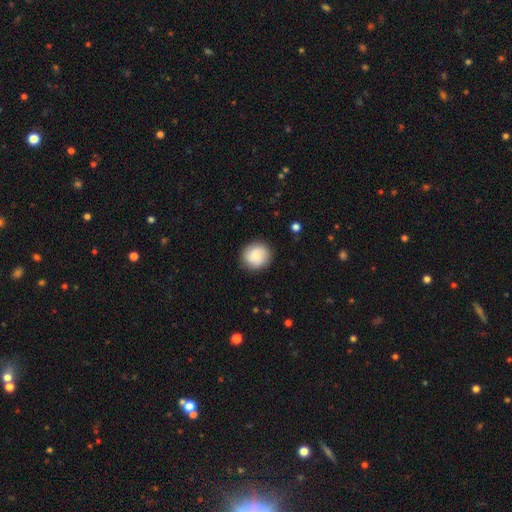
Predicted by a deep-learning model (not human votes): Smooth or featured? smooth (81%)
How rounded? round (91%)
Merging? none (87%)